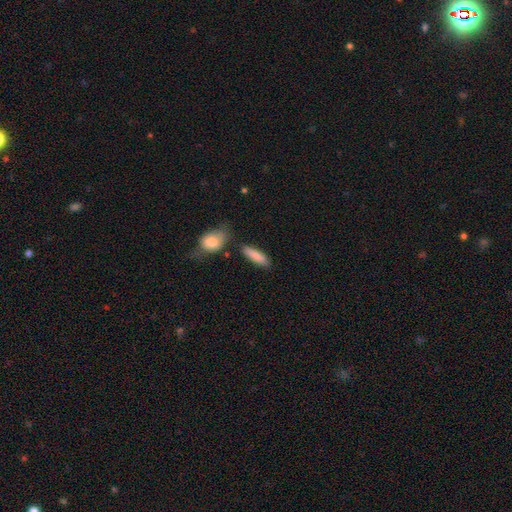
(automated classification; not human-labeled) smooth-or-featured: smooth: 84% | featured or disk: 11% | star or artifact: 6%
  how-rounded: cigar-shaped: 51% | in between: 46% | round: 3%
  merging: none: 76% | minor disturbance: 13% | merger: 8% | major disturbance: 3%